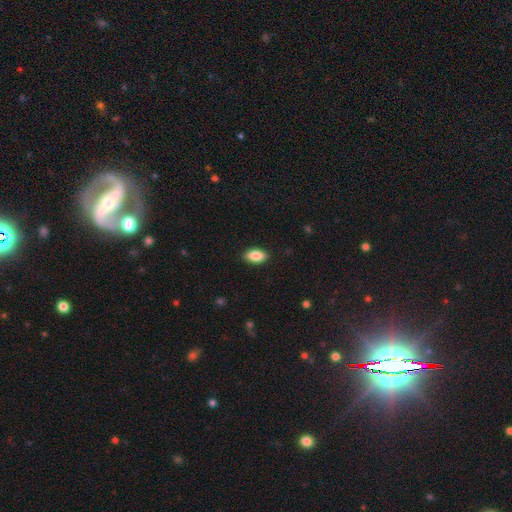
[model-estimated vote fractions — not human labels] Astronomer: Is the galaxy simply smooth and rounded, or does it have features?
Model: smooth — 86%.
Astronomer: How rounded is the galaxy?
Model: in between — 92%.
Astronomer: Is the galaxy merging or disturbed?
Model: none — 89%.